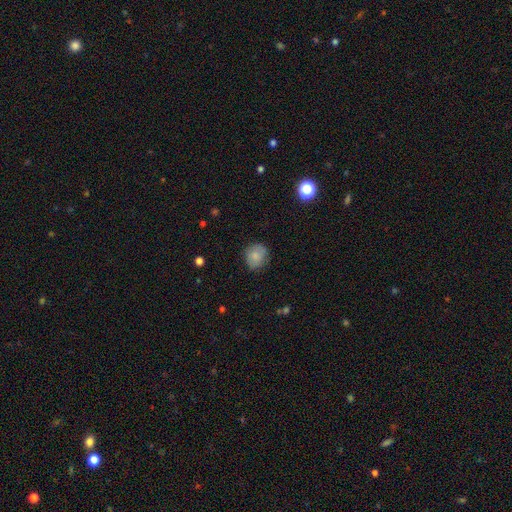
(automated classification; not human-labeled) Morphology: type=smooth (81%); roundness=round (74%); merging=none (75%).